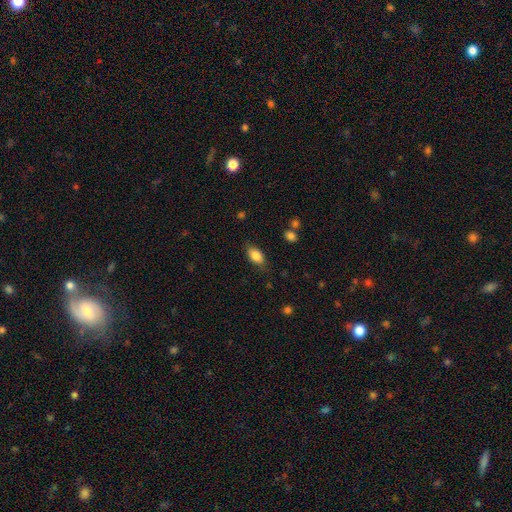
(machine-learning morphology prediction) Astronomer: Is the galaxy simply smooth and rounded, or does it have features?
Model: smooth — 85%.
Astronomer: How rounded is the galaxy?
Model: in between — 89%.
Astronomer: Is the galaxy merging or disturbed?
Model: none — 80%.